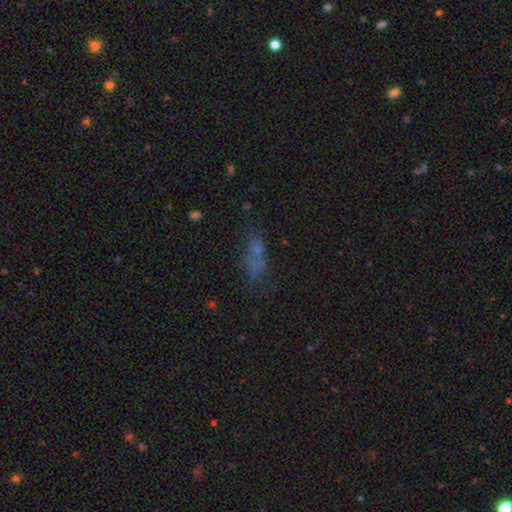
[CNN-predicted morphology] This is possibly a smooth galaxy (52%). How rounded: possibly in between (59%). Merging: possibly none (48%).